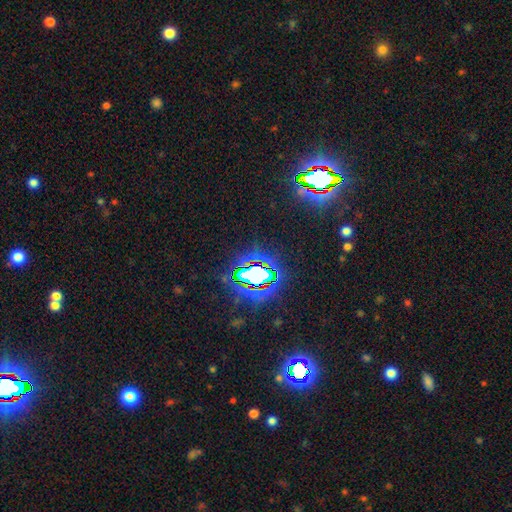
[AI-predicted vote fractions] A star or artifact, not a galaxy (84%).

Vote fractions:
- Smooth or featured? star or artifact: 84% / smooth: 9% / featured or disk: 7%